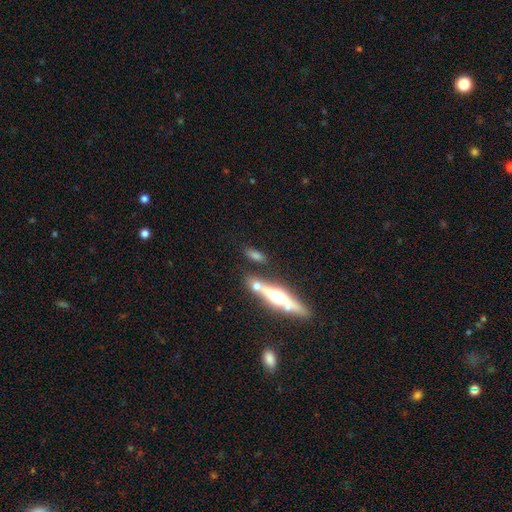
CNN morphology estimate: smooth 61%, featured or disk 29%, star or artifact 10%. Down the decision tree: how rounded — in between (47%); merging — none (62%).